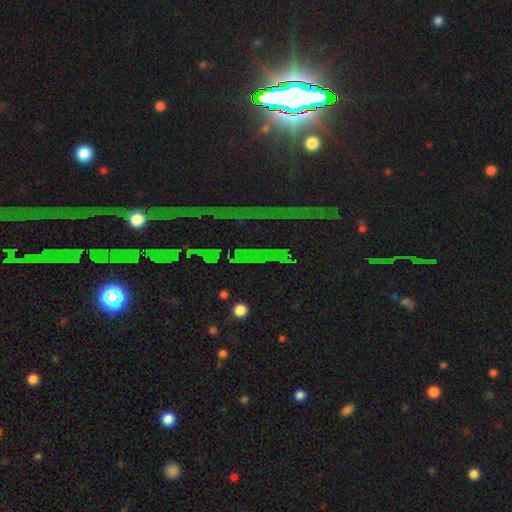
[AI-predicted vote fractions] This appears to be a star or artifact, not a galaxy (83%).